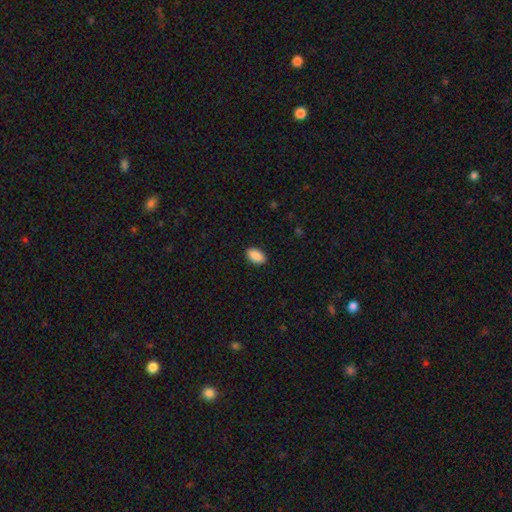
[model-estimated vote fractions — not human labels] Smooth or featured: smooth — 90% (star or artifact — 7%)
How rounded: in between — 93% (round — 5%)
Merging: none — 90% (minor disturbance — 7%)